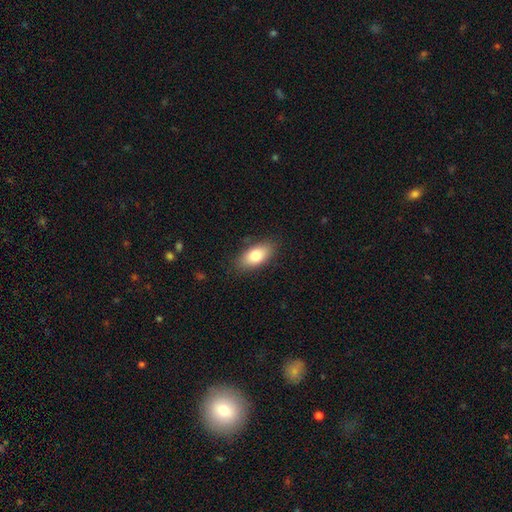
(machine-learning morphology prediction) A smooth galaxy with no disk features (80%) that is in between round and cigar-shaped (89%). Merging: none (84%).